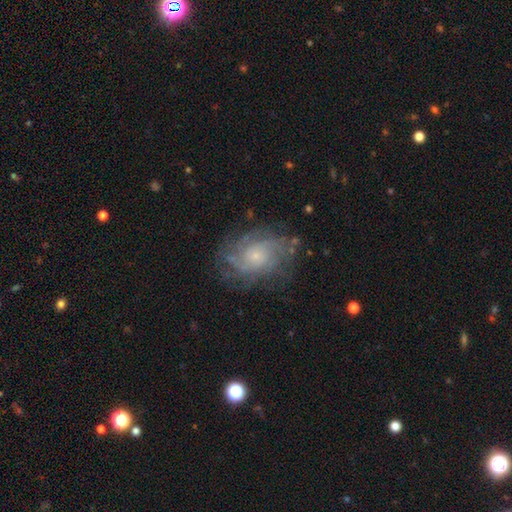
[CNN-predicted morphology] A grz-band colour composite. It shows a featured or disk galaxy (74%) with no bar (79%), tight (54%) spiral arms (89%) and a small central bulge (68%). Merging: none (73%).